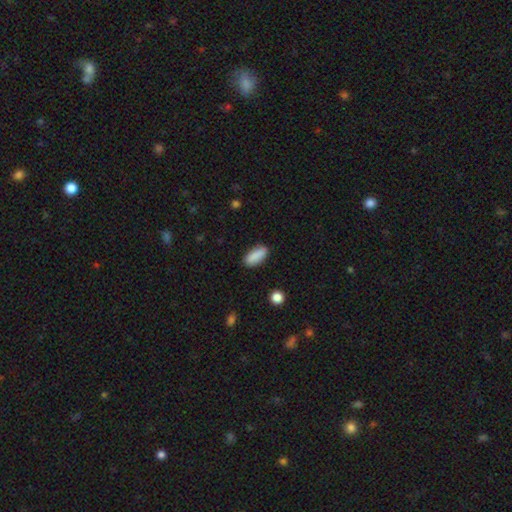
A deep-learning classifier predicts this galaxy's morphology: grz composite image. It shows a smooth galaxy with no disk features (88%) that is in between round and cigar-shaped (79%). Merging: none (85%).